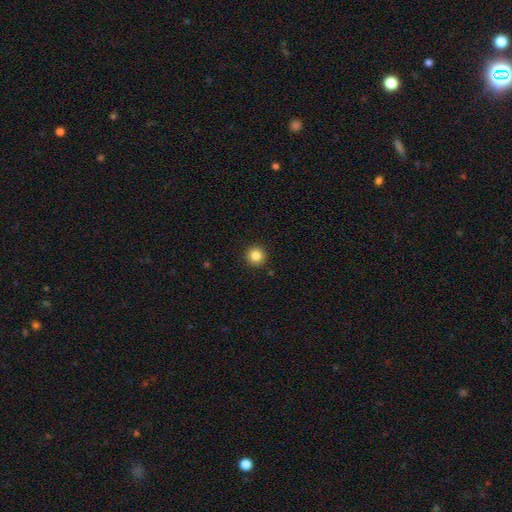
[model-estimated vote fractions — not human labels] Morphology: type=smooth (85%); roundness=round (95%); merging=none (92%).